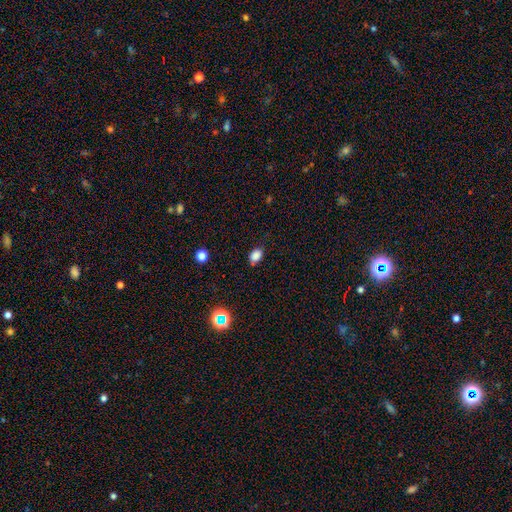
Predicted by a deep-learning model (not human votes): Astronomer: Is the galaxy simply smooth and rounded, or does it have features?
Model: smooth — 83%.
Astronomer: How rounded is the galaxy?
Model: in between — 80%.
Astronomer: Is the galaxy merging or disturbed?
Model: none — 75%.